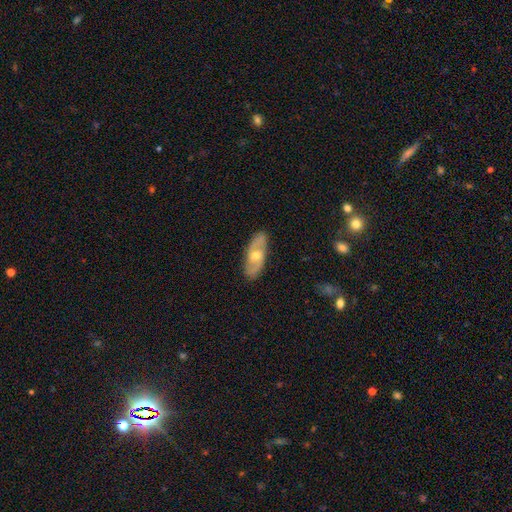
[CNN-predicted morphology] A featured or disk galaxy (70%) with no bar (49%), spiral arms (80%) and a moderate central bulge (66%). Merging: none (86%).